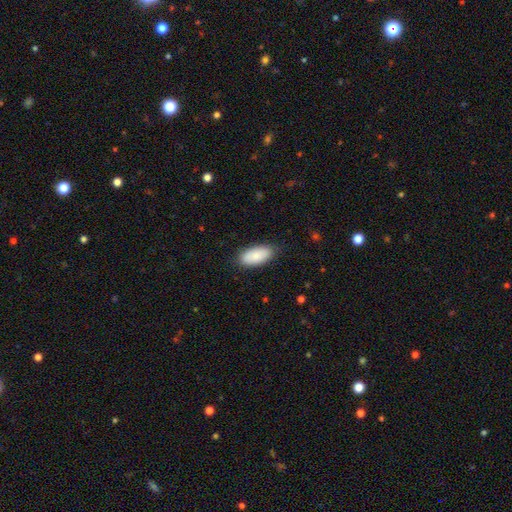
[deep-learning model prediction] Smooth or featured? smooth (87%)
How rounded? in between (92%)
Merging? none (84%)